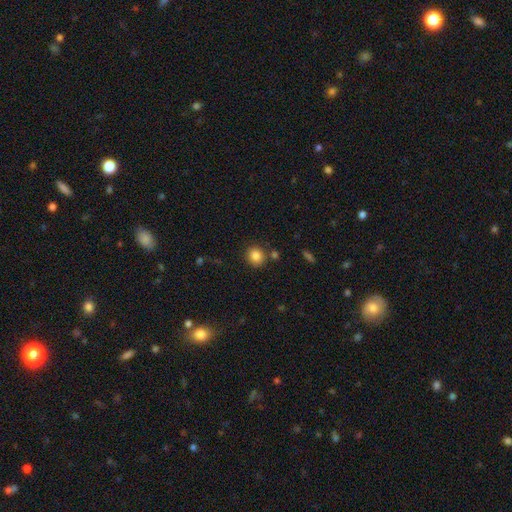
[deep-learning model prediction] Smooth or featured?
  - smooth: 85% *
  - star or artifact: 10%
  - featured or disk: 5%
How rounded?
  - round: 80% *
  - in between: 19%
  - cigar-shaped: 1%
Merging?
  - none: 81% *
  - minor disturbance: 9%
  - merger: 7%
  - major disturbance: 3%